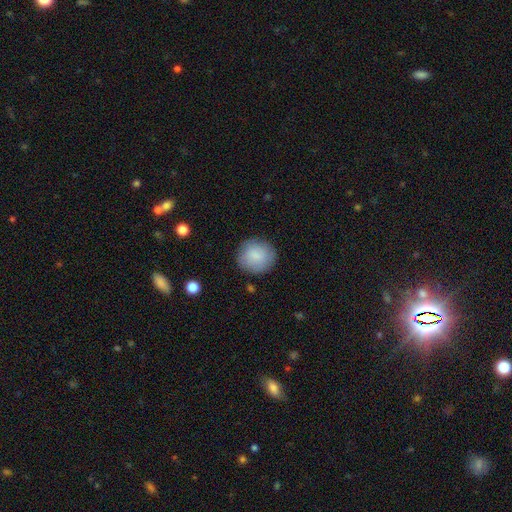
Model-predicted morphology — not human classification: Smooth or featured? Predicted: smooth (p=0.85). How rounded? Predicted: round (p=0.89). Merging? Predicted: none (p=0.85).